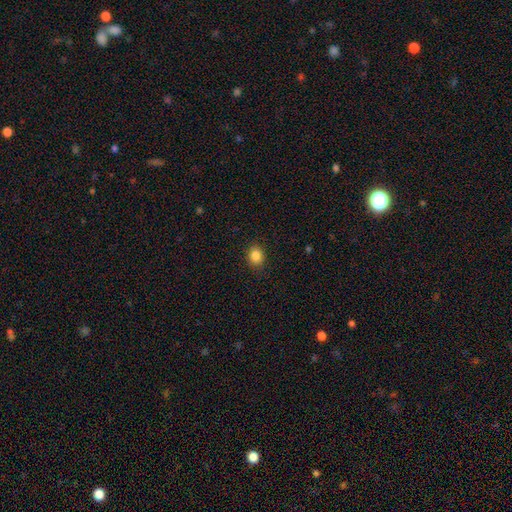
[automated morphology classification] smooth 85%, star or artifact 10%, featured or disk 4%. Down the decision tree: how rounded — round (57%); merging — none (89%).